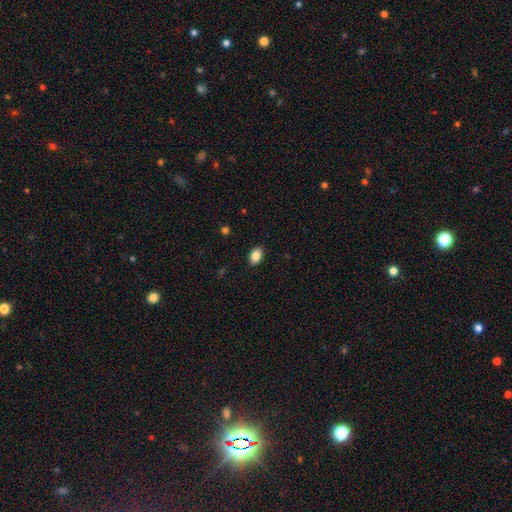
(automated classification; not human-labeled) The model was most divided on "how rounded": in between: 86%, round: 13%, cigar-shaped: 1%. More confident: merging — none (89%); smooth or featured — smooth (86%).